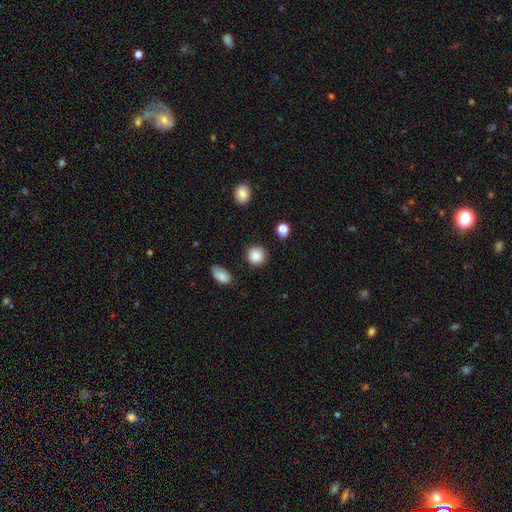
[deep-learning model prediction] A smooth galaxy with no disk features (88%) that is round (91%). Merging: none (87%).